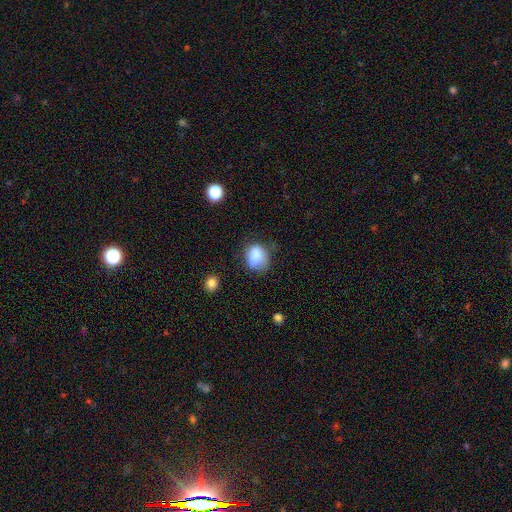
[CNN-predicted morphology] smooth_or_featured: smooth (p=0.79) [alt: featured or disk p=0.11]
how_rounded: in between (p=0.52) [alt: round p=0.47]
merging: none (p=0.52) [alt: minor disturbance p=0.31]